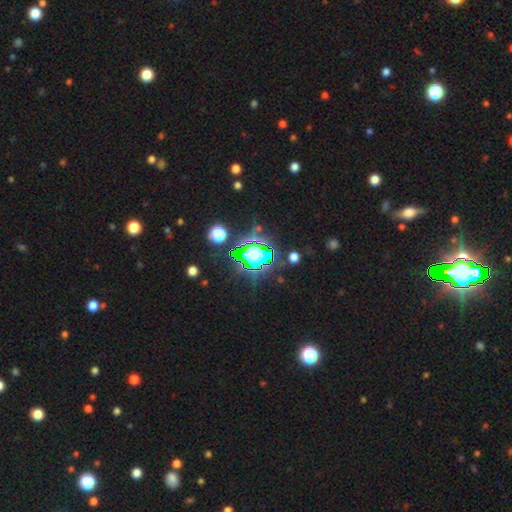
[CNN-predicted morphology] smooth-or-featured: star or artifact: 62% | smooth: 25% | featured or disk: 13%